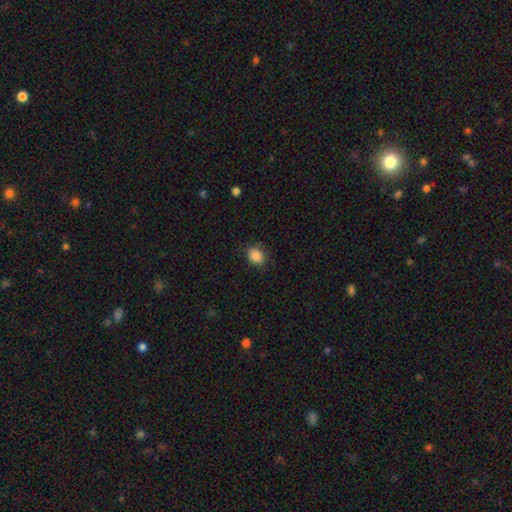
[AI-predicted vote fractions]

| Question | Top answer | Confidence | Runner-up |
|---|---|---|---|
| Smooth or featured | smooth | 87% | star or artifact (9%) |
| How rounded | in between | 55% | round (44%) |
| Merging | none | 81% | minor disturbance (14%) |